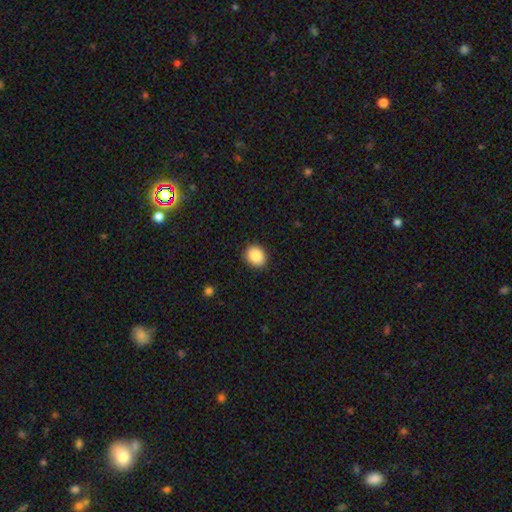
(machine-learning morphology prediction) This is clearly a smooth galaxy (89%). How rounded: possibly round (55%). Merging: clearly none (89%).